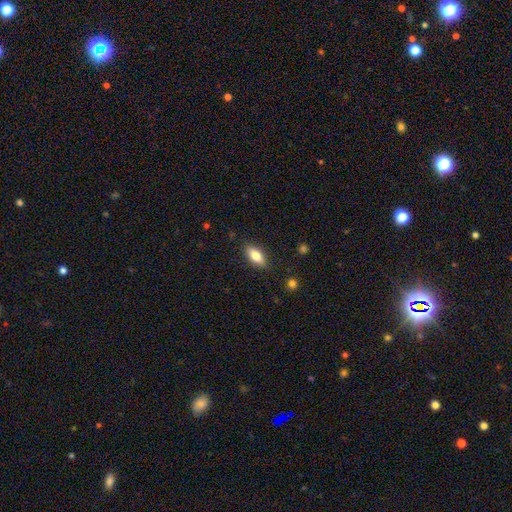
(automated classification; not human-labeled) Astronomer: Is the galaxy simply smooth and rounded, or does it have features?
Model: smooth — 77%.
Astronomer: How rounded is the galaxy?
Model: in between — 83%.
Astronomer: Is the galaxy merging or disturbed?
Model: none — 87%.